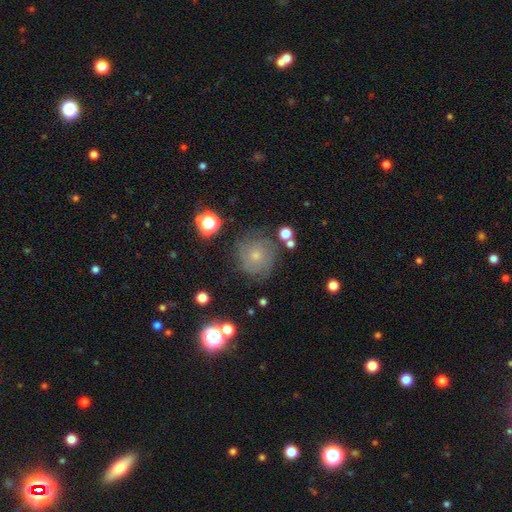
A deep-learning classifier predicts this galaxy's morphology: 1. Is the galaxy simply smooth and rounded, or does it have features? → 51% featured or disk, 32% smooth, 16% star or artifact.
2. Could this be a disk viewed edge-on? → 97% no, 3% yes.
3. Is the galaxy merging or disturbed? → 73% none, 17% minor disturbance, 8% major disturbance, 3% merger.